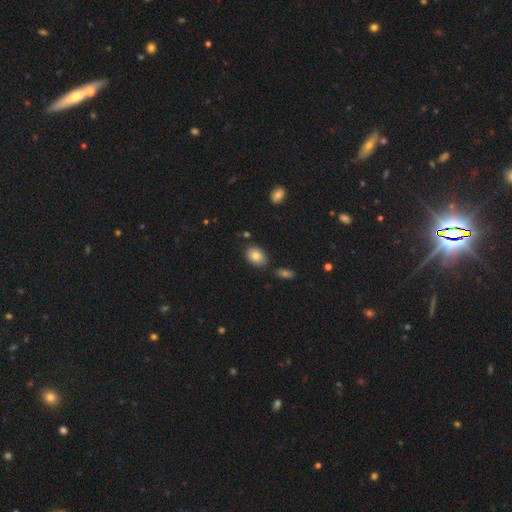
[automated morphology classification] Smooth or featured: smooth — 83% (featured or disk — 9%)
How rounded: in between — 77% (round — 22%)
Merging: none — 80% (minor disturbance — 12%)